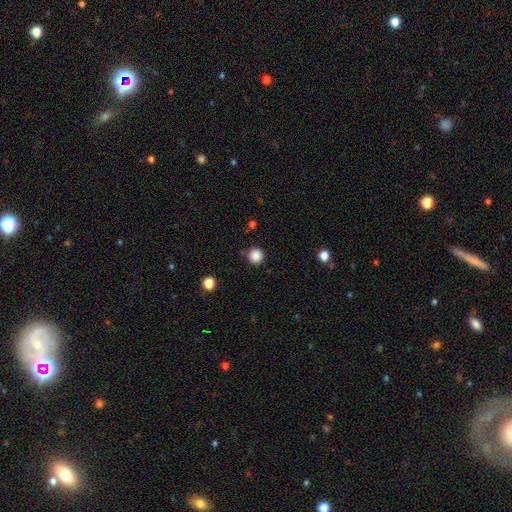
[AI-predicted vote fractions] This appears to be a smooth galaxy with no disk features (87%) that is round (96%). Merging: none (90%).